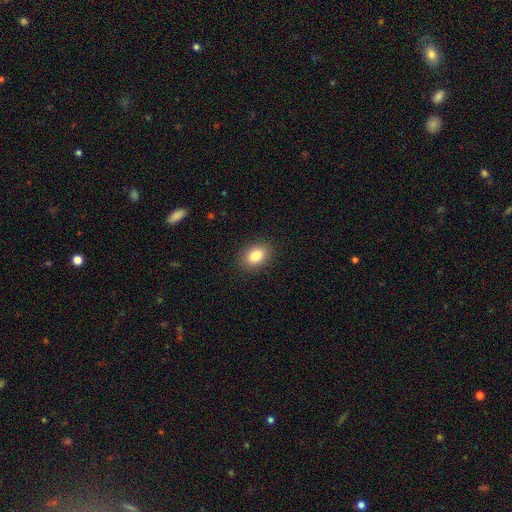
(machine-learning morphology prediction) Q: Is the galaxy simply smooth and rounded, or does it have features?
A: smooth — 84%.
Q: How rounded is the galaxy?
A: in between — 75%.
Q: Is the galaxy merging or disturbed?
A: none — 89%.